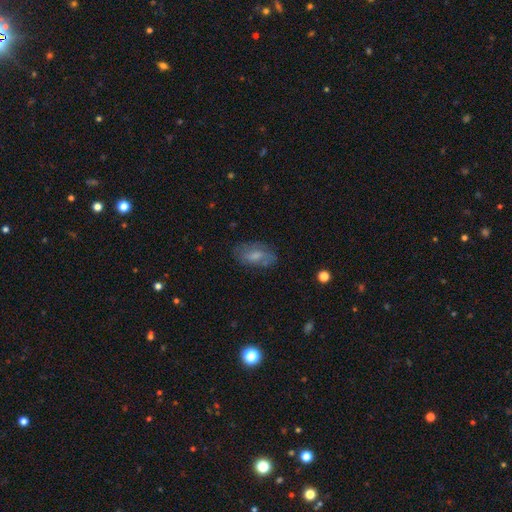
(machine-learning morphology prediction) Smooth or featured: smooth — 56% (featured or disk — 35%)
How rounded: in between — 88% (cigar-shaped — 7%)
Merging: none — 69% (minor disturbance — 21%)